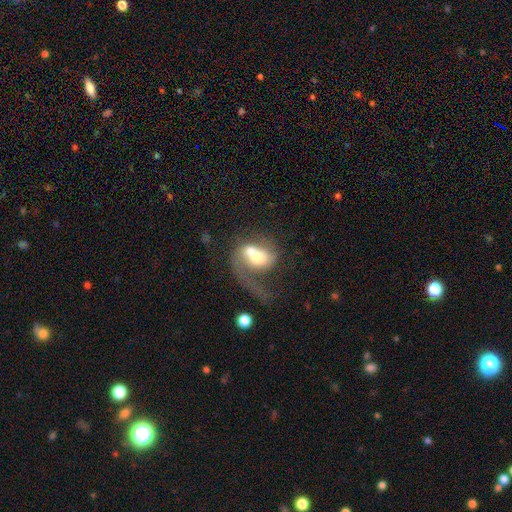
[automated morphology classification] smooth-or-featured: featured or disk: 53% | smooth: 38% | star or artifact: 9%
  disk-edge-on: no: 96% | yes: 4%
    bar: no: 71% | weak: 23% | strong: 7%
    has-spiral-arms: yes: 65% | no: 35%
    bulge-size: moderate: 51% | large: 25% | small: 14% | dominant: 6% | none: 4%
  merging: merger: 55% | major disturbance: 23% | none: 13% | minor disturbance: 8%